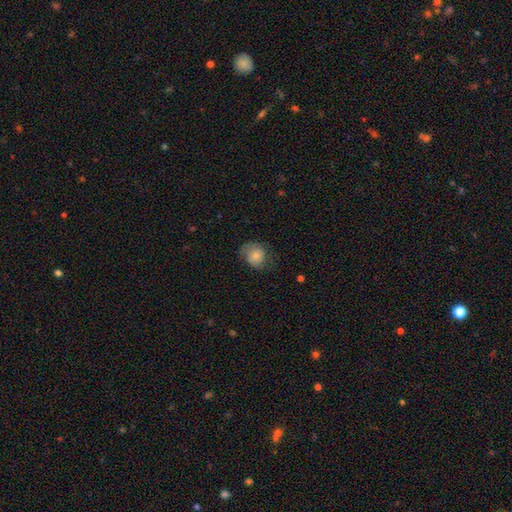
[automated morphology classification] Smooth or featured? Predicted: smooth (p=0.63). How rounded? Predicted: round (p=0.65). Merging? Predicted: none (p=0.53).